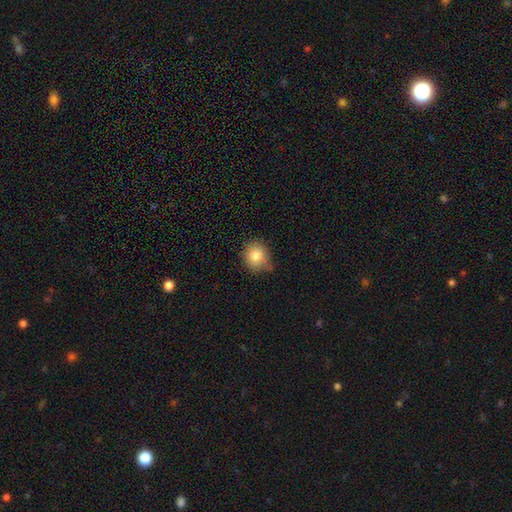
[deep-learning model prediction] A smooth galaxy with no disk features (83%) that is round (80%).

Vote fractions:
- Smooth or featured? smooth: 83% / star or artifact: 10% / featured or disk: 7%
- How rounded? round: 80% / in between: 19% / cigar-shaped: 1%
- Merging? none: 70% / minor disturbance: 24% / major disturbance: 4% / merger: 2%